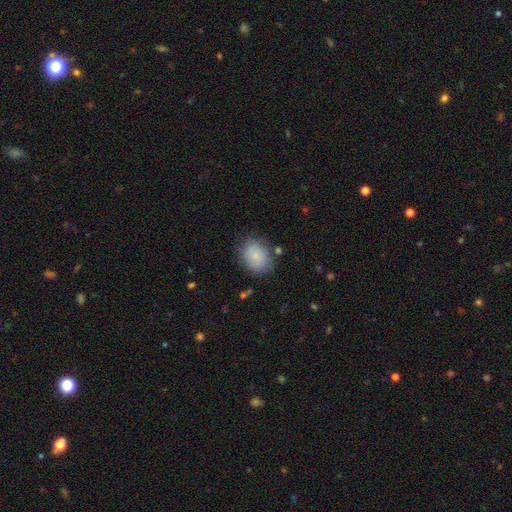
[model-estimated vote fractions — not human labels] This is clearly a smooth galaxy (84%). How rounded: possibly in between (56%). Merging: likely none (76%).